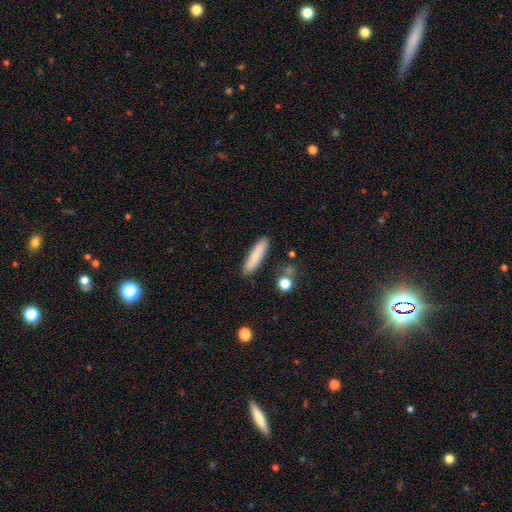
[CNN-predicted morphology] Smooth or featured?
  - smooth: 80% *
  - featured or disk: 13%
  - star or artifact: 7%
How rounded?
  - cigar-shaped: 80% *
  - in between: 18%
  - round: 2%
Merging?
  - none: 86% *
  - minor disturbance: 10%
  - merger: 2%
  - major disturbance: 2%